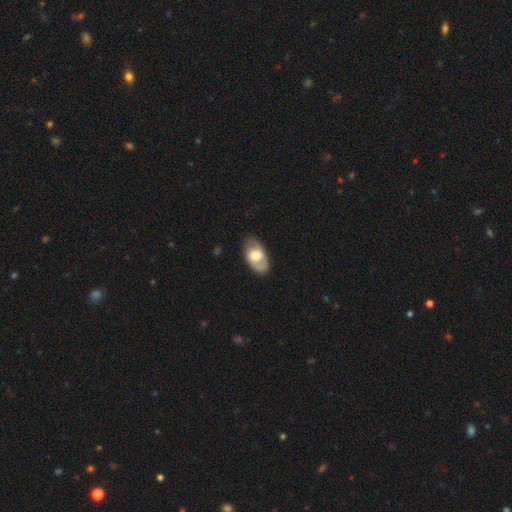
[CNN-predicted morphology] A smooth galaxy with no disk features (48%).

Vote fractions:
- Smooth or featured? smooth: 48% / featured or disk: 46% / star or artifact: 6%
- Merging? none: 74% / minor disturbance: 19% / major disturbance: 5% / merger: 1%